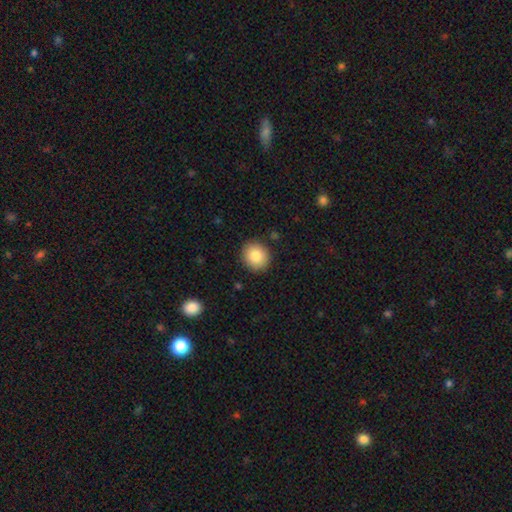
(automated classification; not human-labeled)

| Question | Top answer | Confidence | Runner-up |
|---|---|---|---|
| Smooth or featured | smooth | 84% | star or artifact (8%) |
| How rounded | round | 87% | in between (12%) |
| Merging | none | 90% | minor disturbance (7%) |